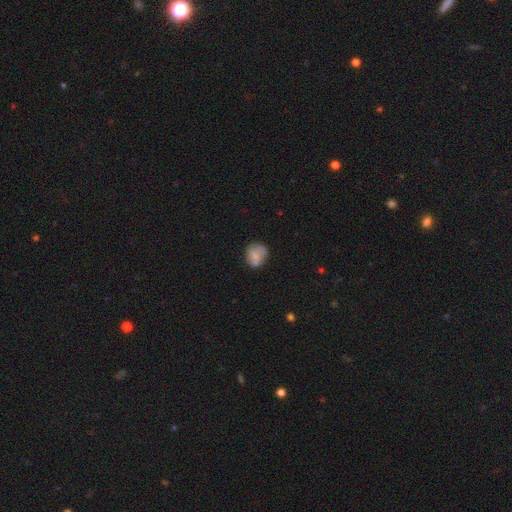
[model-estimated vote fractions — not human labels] This appears to be a smooth galaxy with no disk features (68%) that is round (67%). Merging: none (56%).